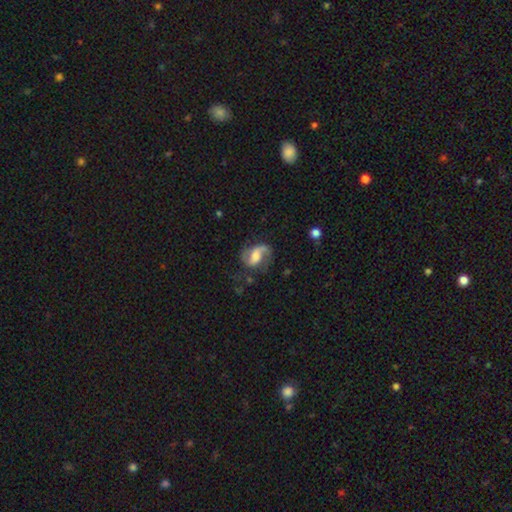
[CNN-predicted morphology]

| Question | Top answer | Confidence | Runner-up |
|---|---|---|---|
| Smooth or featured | featured or disk | 82% | smooth (12%) |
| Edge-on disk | no | 98% | yes (2%) |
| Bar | weak | 46% | no (34%) |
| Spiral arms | yes | 95% | no (5%) |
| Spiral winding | medium | 45% | loose (43%) |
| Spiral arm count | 2 | 86% | 1 (8%) |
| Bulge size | moderate | 41% | large (23%) |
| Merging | none | 65% | minor disturbance (19%) |